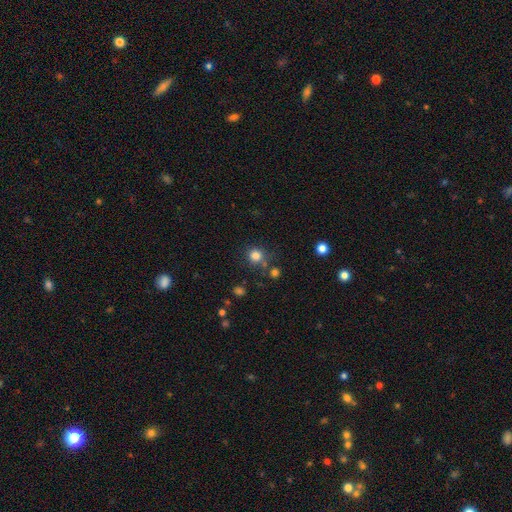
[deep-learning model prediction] smooth-or-featured: smooth: 81% | star or artifact: 14% | featured or disk: 5%
  how-rounded: round: 90% | in between: 9% | cigar-shaped: 1%
  merging: none: 73% | minor disturbance: 11% | merger: 11% | major disturbance: 5%